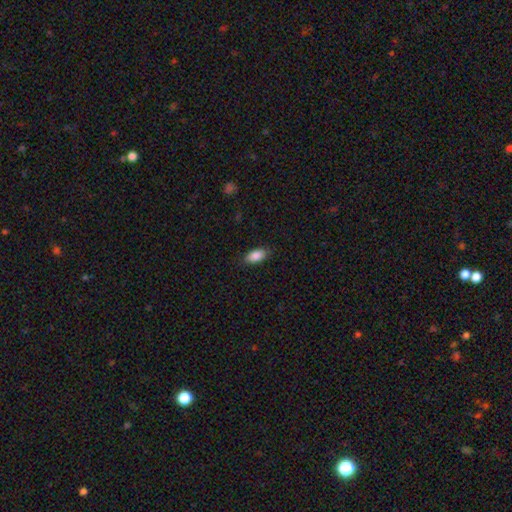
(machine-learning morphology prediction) Overall: smooth (88%). How rounded: in between (90%). Merging: none (85%).